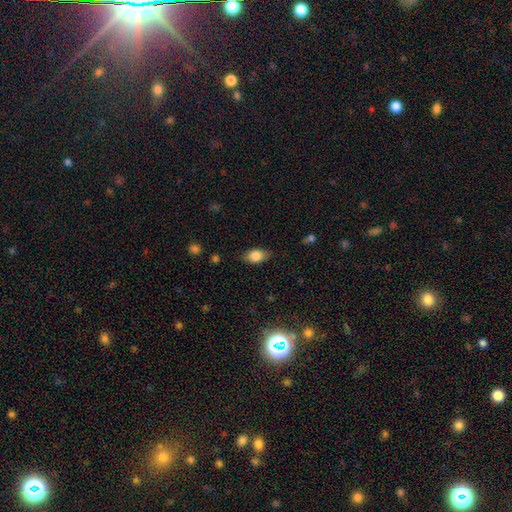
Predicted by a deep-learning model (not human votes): This appears to be a smooth galaxy with no disk features (81%) that is in between round and cigar-shaped (85%). Merging: none (77%).